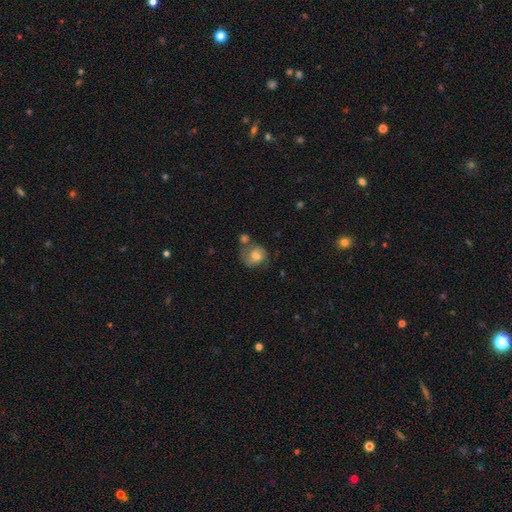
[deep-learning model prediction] A smooth galaxy with no disk features (53%) that is round (66%). Merging: none (44%).